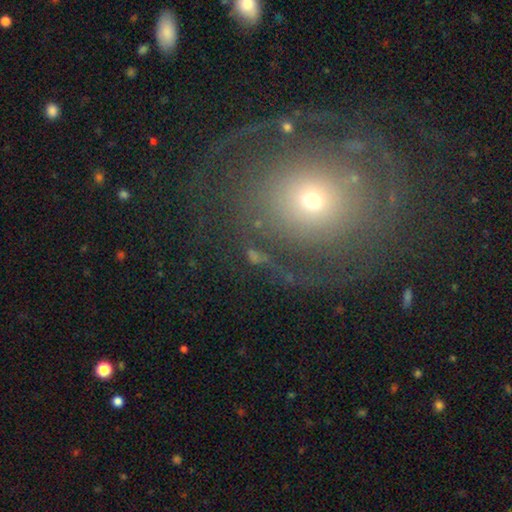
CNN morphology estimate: Smooth or featured? featured or disk (39%)
Merging? none (60%)